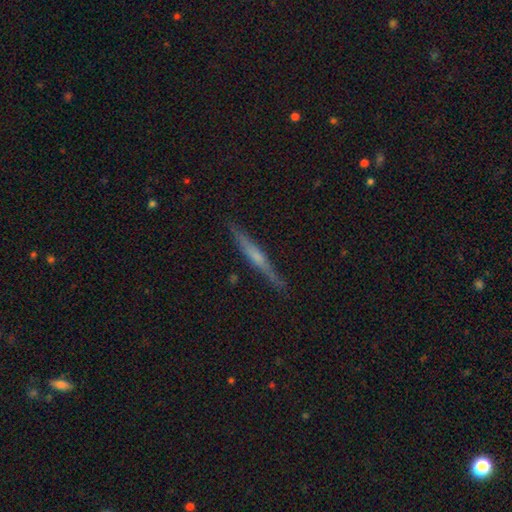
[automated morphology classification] featured or disk 65%, smooth 28%, star or artifact 6%. Down the decision tree: edge-on disk — yes (97%); edge-on bulge — rounded (50%); merging — none (89%).